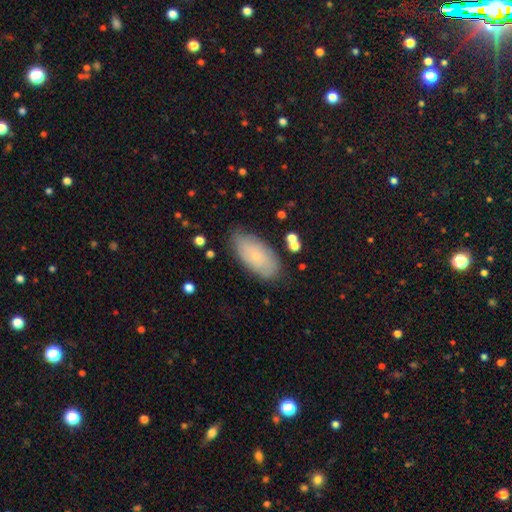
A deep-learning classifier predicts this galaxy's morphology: smooth 64%, featured or disk 28%, star or artifact 8%. Down the decision tree: how rounded — in between (91%); merging — none (77%).